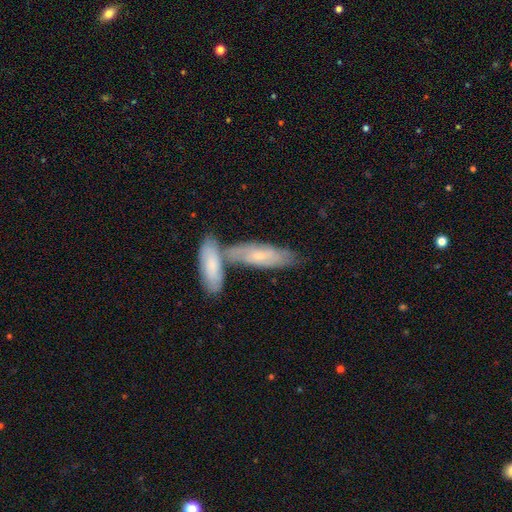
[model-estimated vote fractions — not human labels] Smooth or featured: featured or disk — 47% (smooth — 43%)
Merging: none — 45% (merger — 43%)